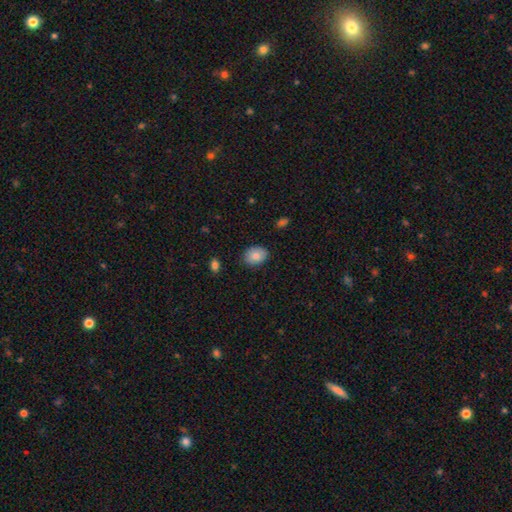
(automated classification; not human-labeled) The model was most divided on "how rounded": in between: 69%, round: 30%, cigar-shaped: 1%. More confident: merging — none (84%); smooth or featured — smooth (84%).